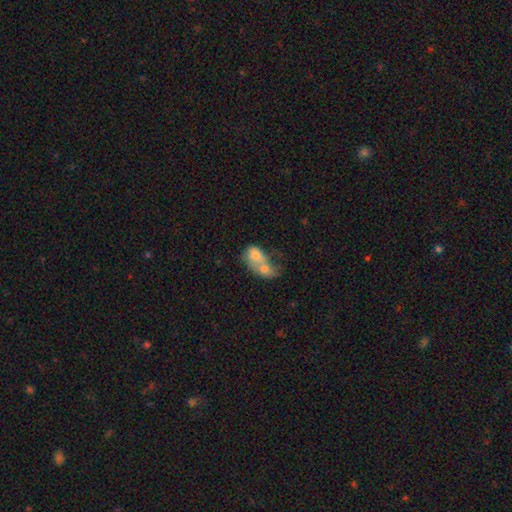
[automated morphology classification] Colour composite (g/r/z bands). It shows a smooth galaxy with no disk features (67%) that is in between round and cigar-shaped (73%). Merging: merger (78%).